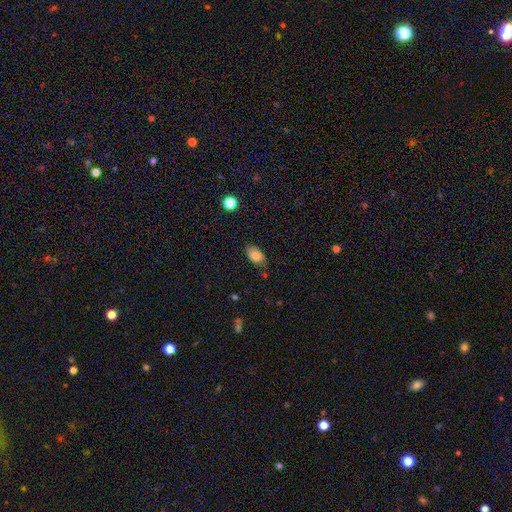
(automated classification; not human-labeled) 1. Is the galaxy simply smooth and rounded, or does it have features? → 82% smooth, 10% featured or disk, 9% star or artifact.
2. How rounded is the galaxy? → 89% in between, 9% round, 2% cigar-shaped.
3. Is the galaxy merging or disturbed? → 73% none, 21% minor disturbance, 4% major disturbance, 2% merger.